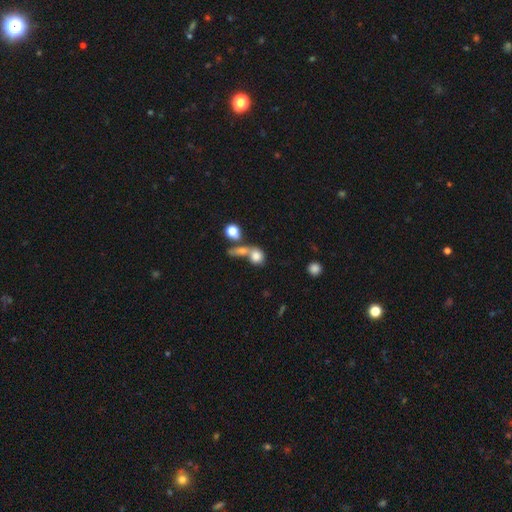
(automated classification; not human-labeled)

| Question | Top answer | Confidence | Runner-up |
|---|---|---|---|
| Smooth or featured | smooth | 77% | featured or disk (12%) |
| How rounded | round | 63% | in between (34%) |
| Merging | merger | 50% | none (32%) |